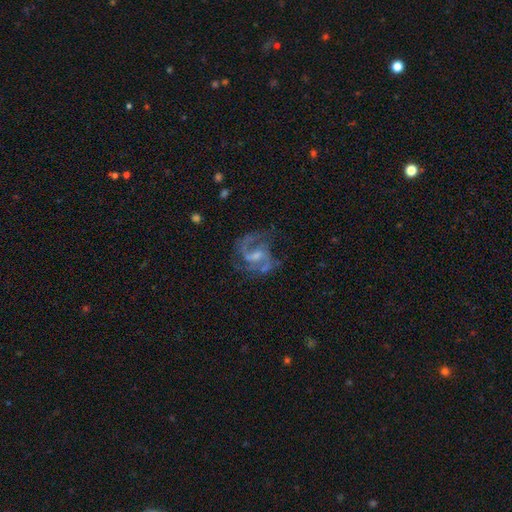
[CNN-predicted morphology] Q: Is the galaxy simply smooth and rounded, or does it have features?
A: featured or disk — 84%.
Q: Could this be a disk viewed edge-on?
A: no — 98%.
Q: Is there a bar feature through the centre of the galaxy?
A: weak — 54%.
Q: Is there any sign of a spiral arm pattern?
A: yes — 93%.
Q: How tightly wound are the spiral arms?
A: medium — 54%.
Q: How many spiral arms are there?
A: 2 — 76%.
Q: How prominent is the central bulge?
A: small — 46%.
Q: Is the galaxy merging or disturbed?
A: none — 58%.